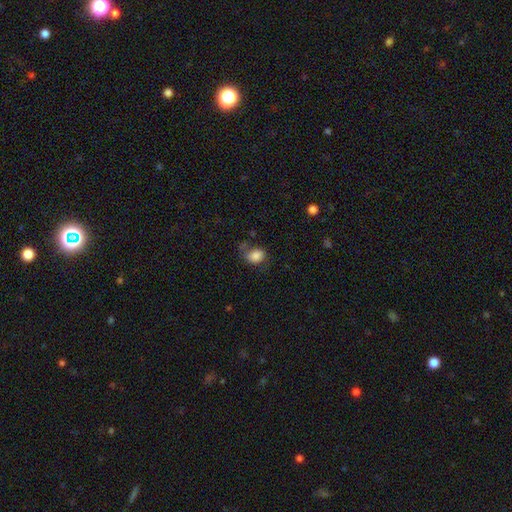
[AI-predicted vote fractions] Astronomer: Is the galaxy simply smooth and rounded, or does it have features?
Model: smooth — 83%.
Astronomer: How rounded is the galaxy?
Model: in between — 58% (runner-up: round, 40%).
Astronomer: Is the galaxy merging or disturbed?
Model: none — 58%.